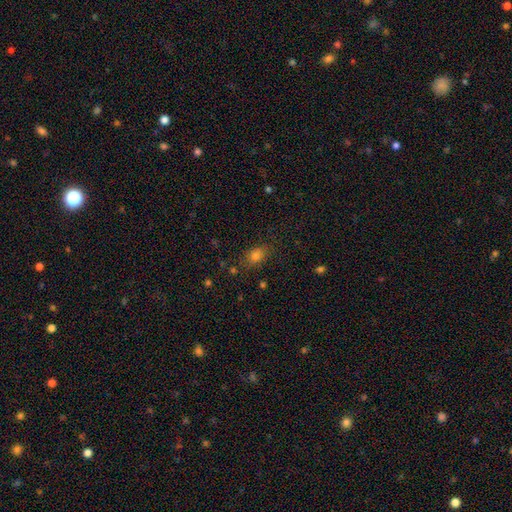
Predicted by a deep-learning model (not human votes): The model was most divided on "how rounded": in between: 70%, round: 27%, cigar-shaped: 3%. More confident: merging — none (81%); smooth or featured — smooth (73%).